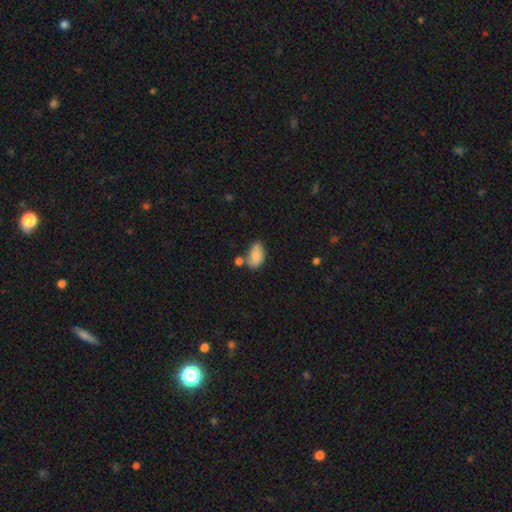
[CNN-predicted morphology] This is likely a smooth galaxy (77%). How rounded: clearly in between (90%). Merging: possibly none (47%).